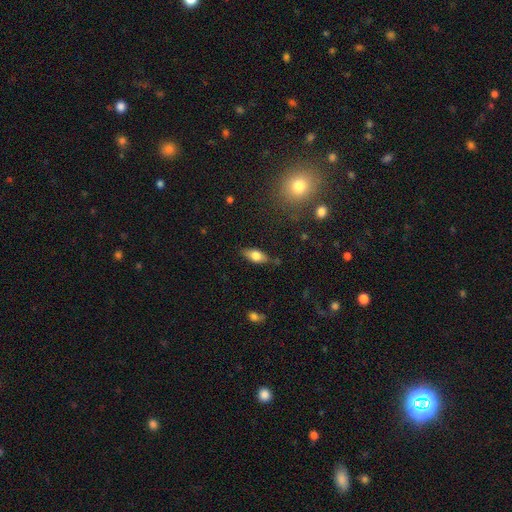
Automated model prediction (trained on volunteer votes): This appears to be a smooth galaxy with no disk features (72%) that is in between round and cigar-shaped (83%). Merging: none (81%).